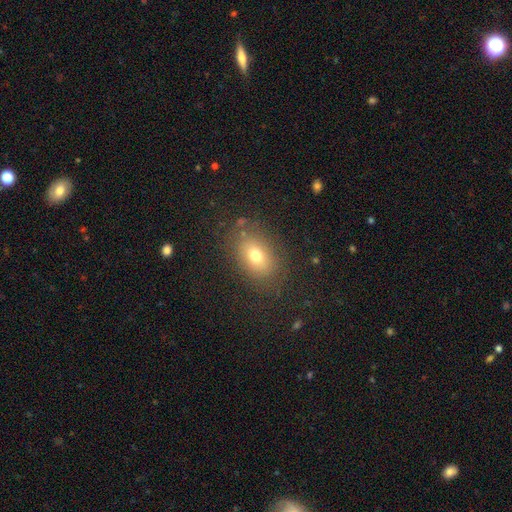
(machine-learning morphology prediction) Smooth or featured? Predicted: smooth (p=0.73). How rounded? Predicted: in between (p=0.76). Merging? Predicted: none (p=0.81).